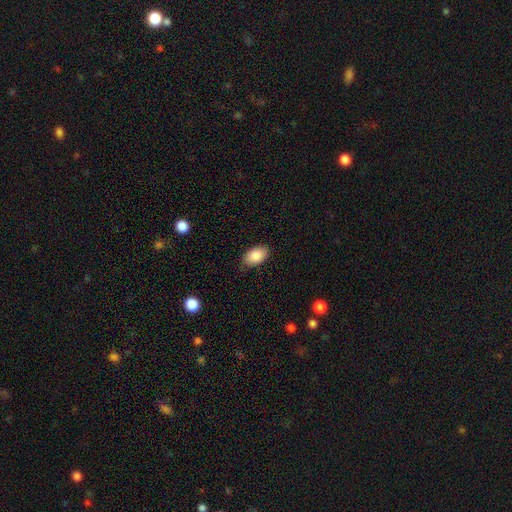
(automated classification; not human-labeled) A smooth galaxy with no disk features (86%) that is in between round and cigar-shaped (93%). Merging: none (85%).